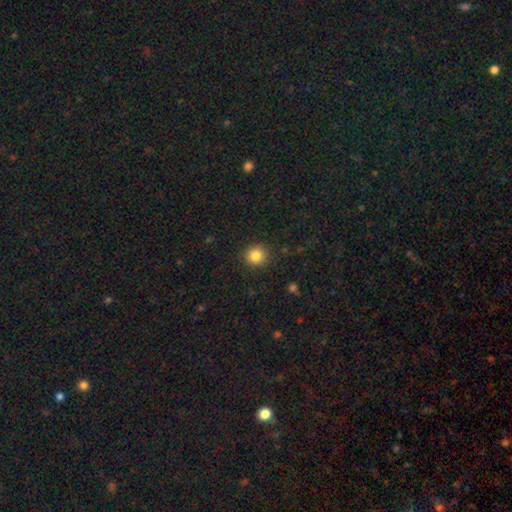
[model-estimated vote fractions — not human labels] Overall: smooth (84%). How rounded: round (89%). Merging: none (91%).